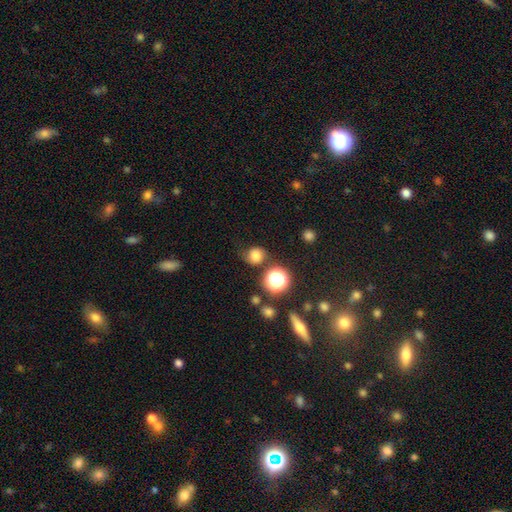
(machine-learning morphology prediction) Overall: smooth (76%). How rounded: round (82%). Merging: none (67%).